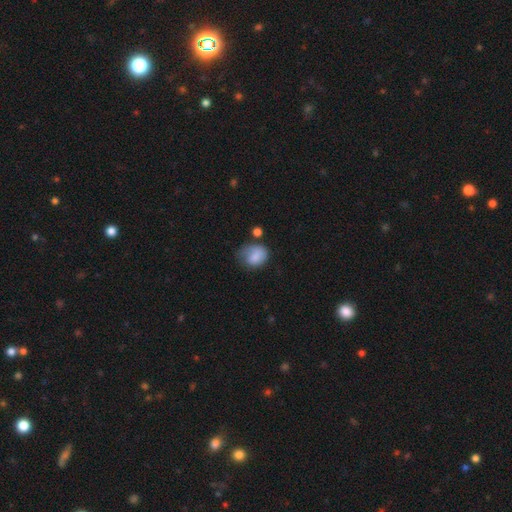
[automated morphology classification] type=smooth (78%); roundness=in between (50%); merging=none (38%).